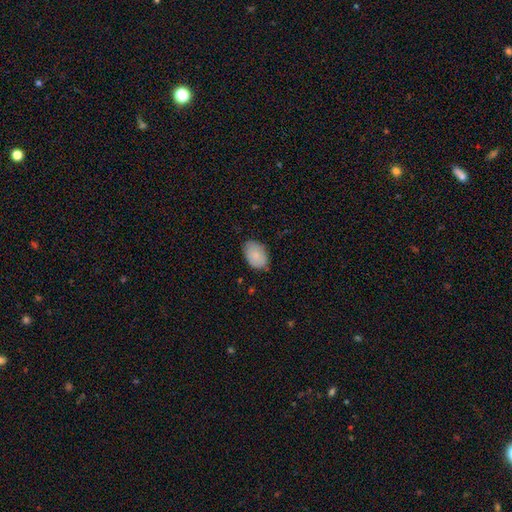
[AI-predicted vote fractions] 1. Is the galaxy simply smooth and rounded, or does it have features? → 84% smooth, 9% featured or disk, 6% star or artifact.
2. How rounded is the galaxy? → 87% in between, 12% round, 1% cigar-shaped.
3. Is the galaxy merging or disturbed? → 80% none, 16% minor disturbance, 3% major disturbance, 1% merger.